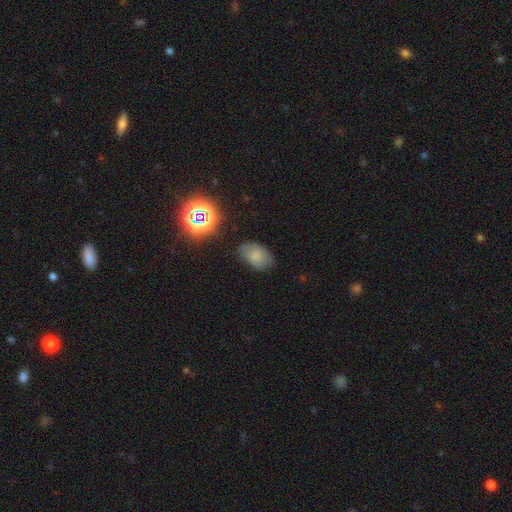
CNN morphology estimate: smooth 74%, star or artifact 15%, featured or disk 11%. Down the decision tree: how rounded — in between (87%); merging — none (69%).